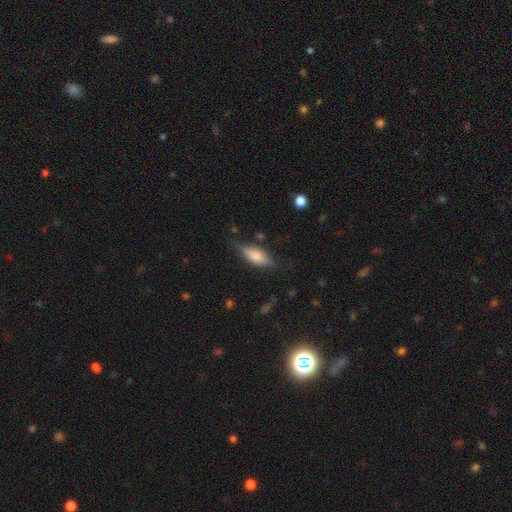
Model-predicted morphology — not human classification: Smooth or featured: smooth — 61% (featured or disk — 31%)
How rounded: in between — 70% (cigar-shaped — 26%)
Merging: none — 67% (minor disturbance — 24%)